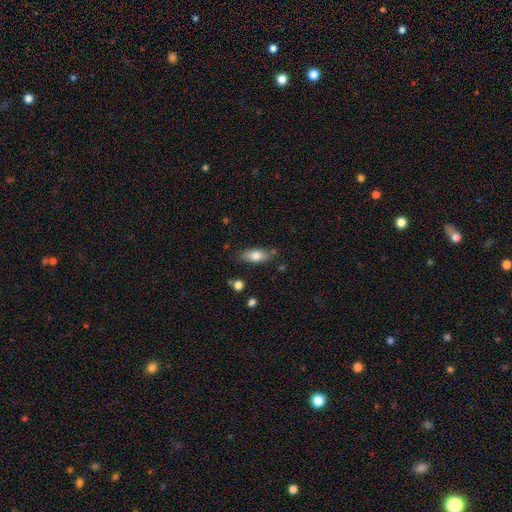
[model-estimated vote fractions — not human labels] Smooth or featured? smooth (75%)
How rounded? in between (79%)
Merging? none (78%)